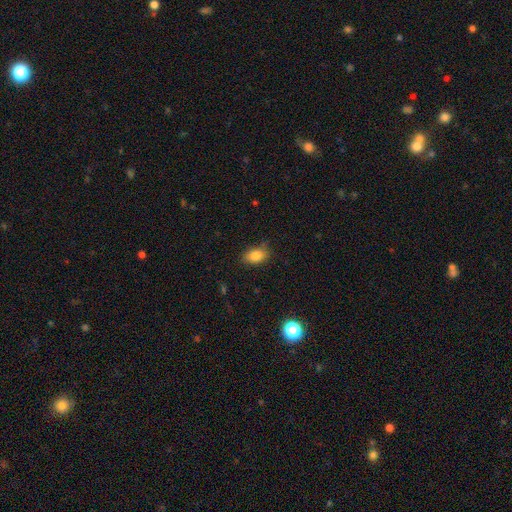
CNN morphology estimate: Q: Smooth or featured?
A: smooth (84%); runner-up: star or artifact (9%)
Q: How rounded?
A: in between (84%); runner-up: round (13%)
Q: Merging?
A: none (78%); runner-up: minor disturbance (17%)